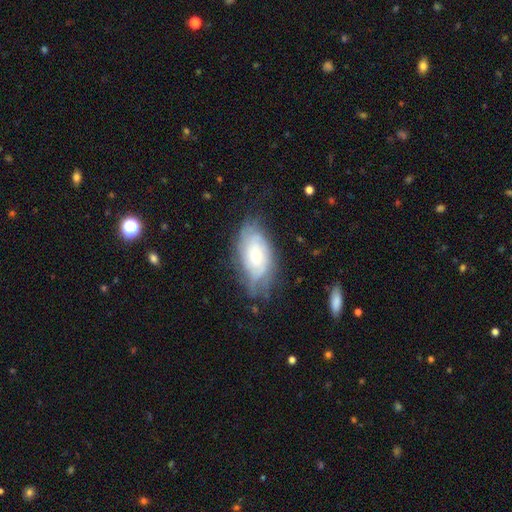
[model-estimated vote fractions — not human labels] smooth_or_featured: featured or disk (p=0.60) [alt: smooth p=0.33]
disk_edge_on: no (p=0.92) [alt: yes p=0.08]
bar: no (p=0.71) [alt: weak p=0.25]
has_spiral_arms: yes (p=0.83) [alt: no p=0.17]
bulge_size: small (p=0.46) [alt: moderate p=0.40]
merging: none (p=0.59) [alt: minor disturbance p=0.28]